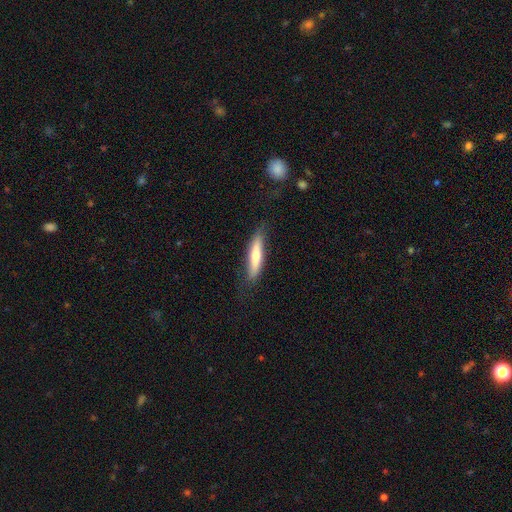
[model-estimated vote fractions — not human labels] Smooth or featured? smooth (58%)
How rounded? cigar-shaped (82%)
Merging? none (75%)